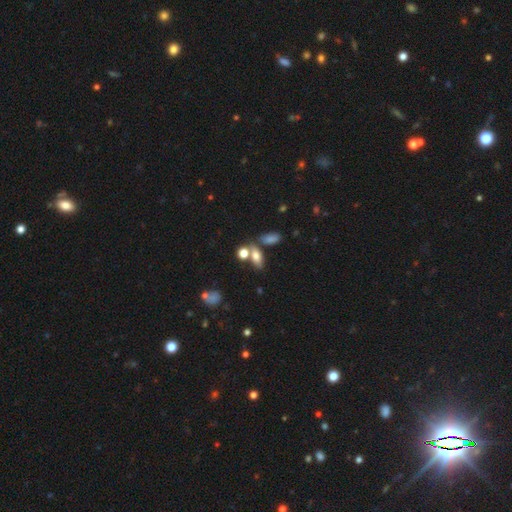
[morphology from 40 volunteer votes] This is clearly a smooth galaxy (80%). How rounded: clearly in between (88%). Merging: marginally none (38%).